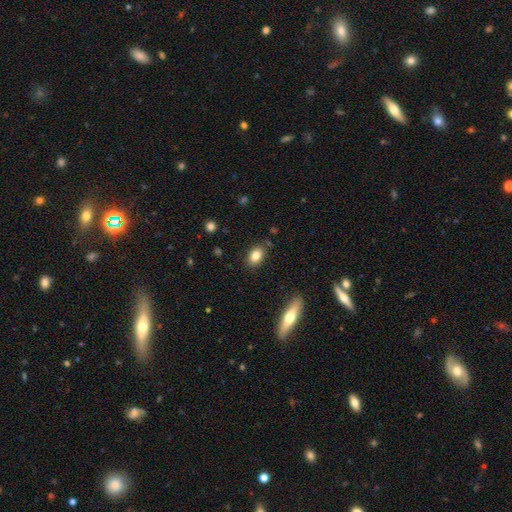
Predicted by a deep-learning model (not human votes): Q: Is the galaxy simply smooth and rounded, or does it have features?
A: smooth — 82%.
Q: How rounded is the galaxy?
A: in between — 81%.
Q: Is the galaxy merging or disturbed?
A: none — 85%.